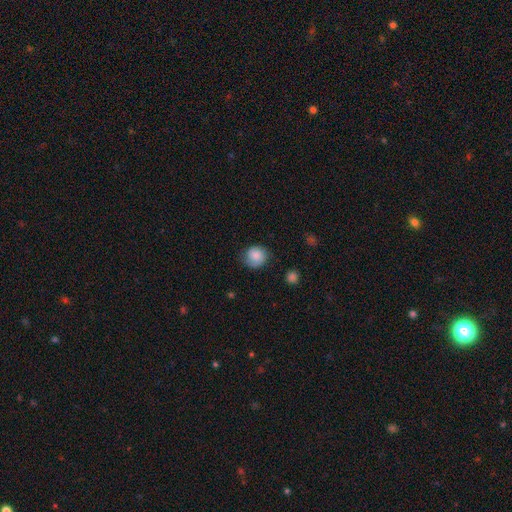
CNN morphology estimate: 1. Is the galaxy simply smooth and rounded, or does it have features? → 76% smooth, 16% featured or disk, 8% star or artifact.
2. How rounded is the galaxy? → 81% round, 18% in between, 1% cigar-shaped.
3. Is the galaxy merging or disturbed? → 70% none, 22% minor disturbance, 7% major disturbance, 1% merger.